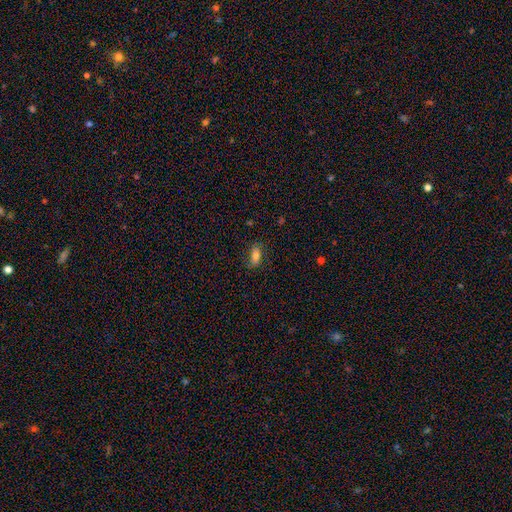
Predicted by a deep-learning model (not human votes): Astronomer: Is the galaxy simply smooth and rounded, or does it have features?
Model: smooth — 78%.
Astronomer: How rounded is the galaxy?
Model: in between — 87%.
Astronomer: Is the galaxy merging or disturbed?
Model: none — 82%.